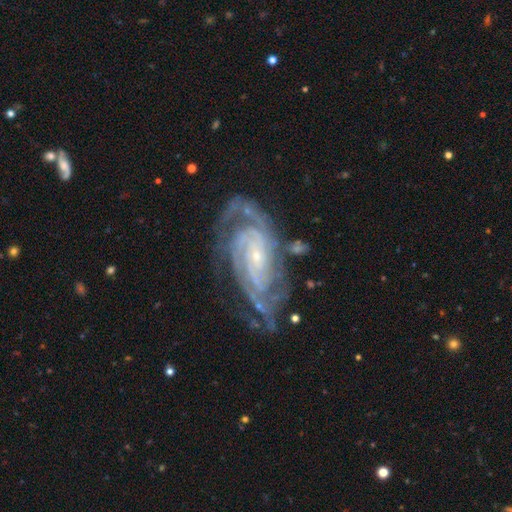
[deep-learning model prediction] Smooth or featured? featured or disk (90%)
Edge-on disk? no (96%)
Bar? no (57%)
Spiral arms? yes (98%)
Spiral winding? tight (69%)
Spiral arm count? 2 (24%)
Bulge size? small (82%)
Merging? none (66%)